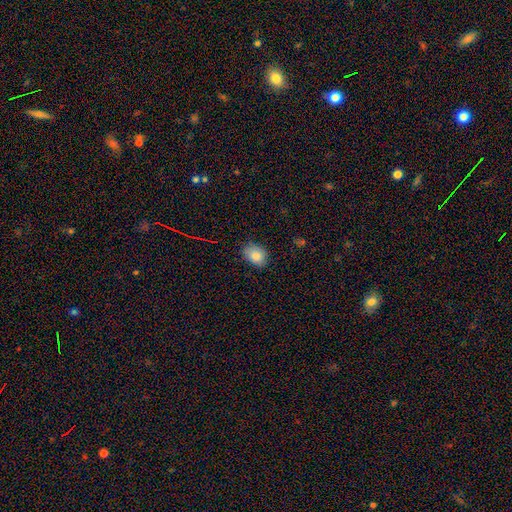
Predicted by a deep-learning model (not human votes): Smooth or featured? smooth (85%)
How rounded? in between (72%)
Merging? none (80%)